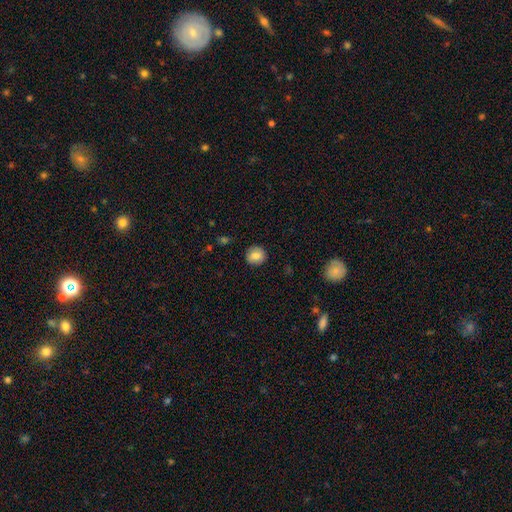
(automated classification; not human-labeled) smooth 79%, featured or disk 12%, star or artifact 9%. Down the decision tree: how rounded — round (87%); merging — none (88%).